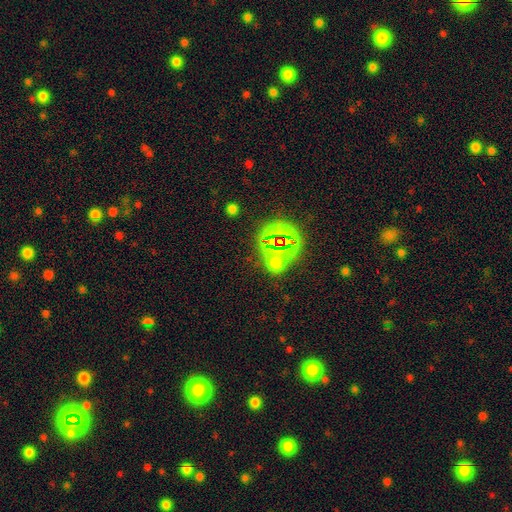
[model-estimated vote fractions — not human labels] Morphology: type=star or artifact (65%).